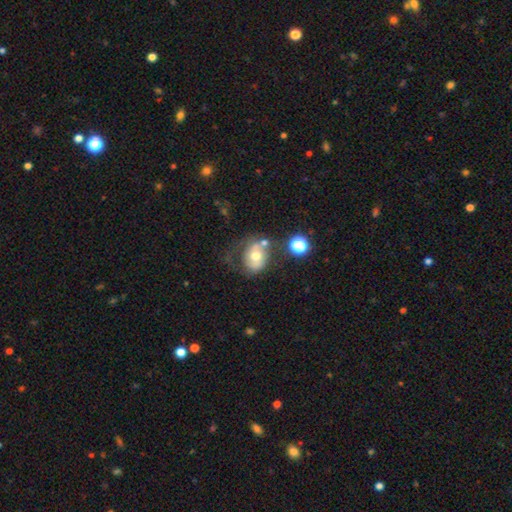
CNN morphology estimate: Q: Smooth or featured?
A: smooth (50%); runner-up: featured or disk (39%)
Q: Merging?
A: none (41%); runner-up: minor disturbance (21%)